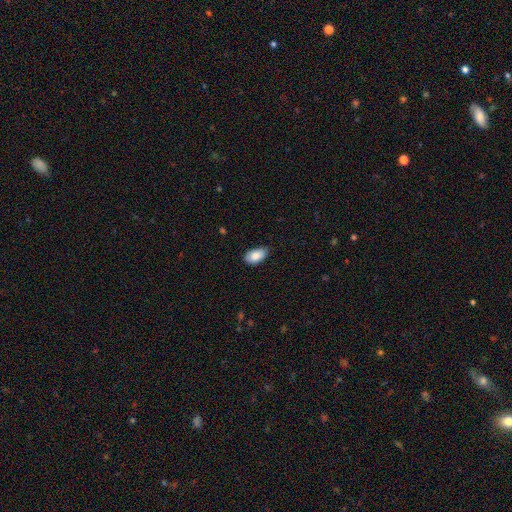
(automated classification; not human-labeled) This is clearly a smooth galaxy (85%). How rounded: clearly in between (94%). Merging: likely none (75%).